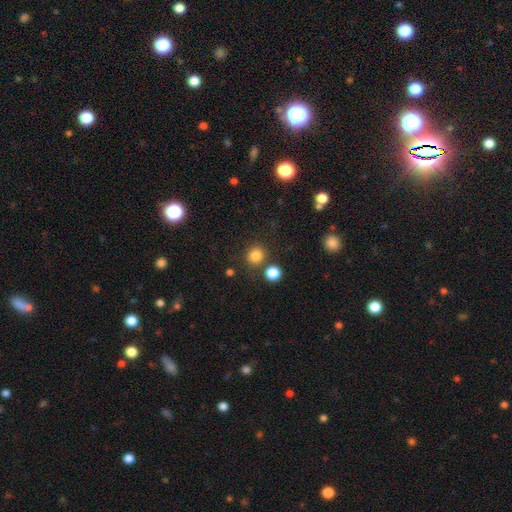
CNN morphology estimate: Smooth or featured: smooth — 82% (star or artifact — 14%)
How rounded: round — 87% (in between — 12%)
Merging: none — 79% (merger — 10%)